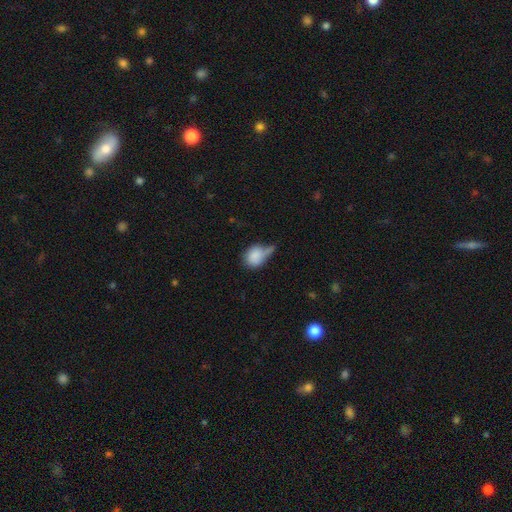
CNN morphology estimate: The model was most divided on "how rounded": in between: 52%, round: 46%, cigar-shaped: 2%. Remaining: smooth or featured — smooth (80%); merging — minor disturbance (34%).